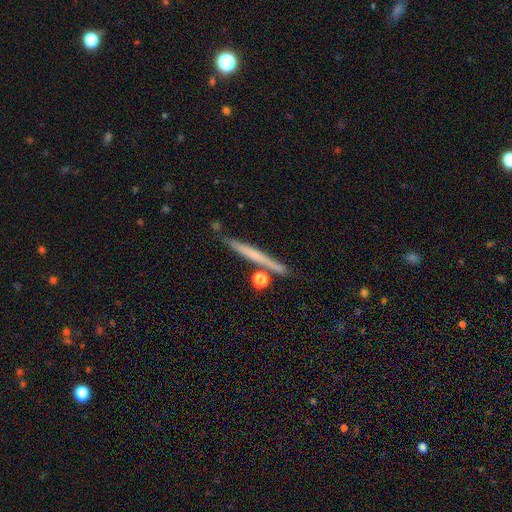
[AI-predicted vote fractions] A smooth galaxy with no disk features (47%). Merging: none (83%).